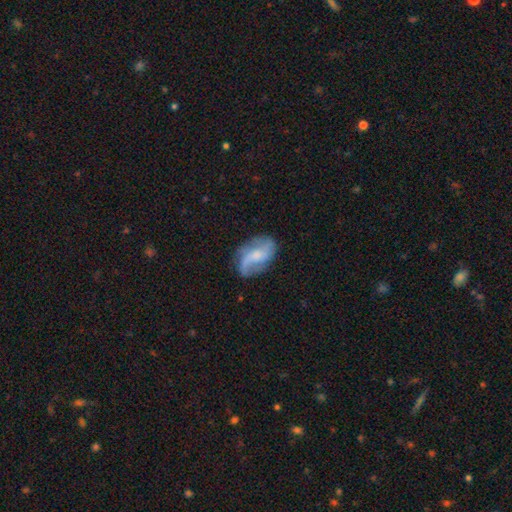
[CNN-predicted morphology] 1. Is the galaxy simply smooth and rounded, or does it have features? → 71% featured or disk, 22% smooth, 7% star or artifact.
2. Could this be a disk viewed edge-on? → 97% no, 3% yes.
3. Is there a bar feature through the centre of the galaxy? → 50% no, 39% weak, 11% strong.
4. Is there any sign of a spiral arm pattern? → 92% yes, 8% no.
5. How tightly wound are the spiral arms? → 60% loose, 30% medium, 10% tight.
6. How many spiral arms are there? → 72% 2, 10% can't tell, 8% 3, 6% 1, 2% 4, 2% more than 4.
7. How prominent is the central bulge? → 39% small, 35% moderate, 18% none, 6% large, 2% dominant.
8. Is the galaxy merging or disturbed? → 66% none, 21% minor disturbance, 11% major disturbance, 2% merger.